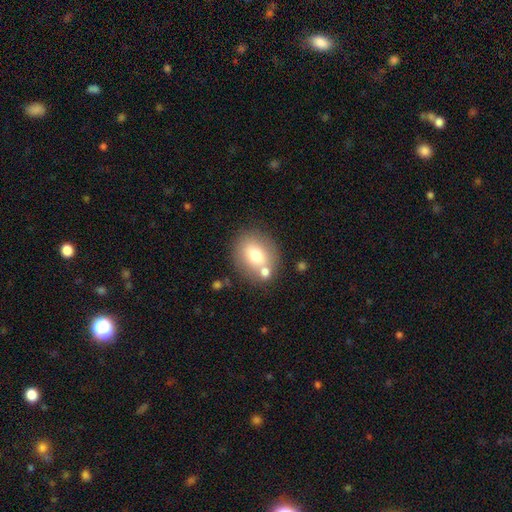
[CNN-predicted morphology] smooth-or-featured: smooth: 71% | featured or disk: 19% | star or artifact: 10%
  how-rounded: round: 56% | in between: 43% | cigar-shaped: 1%
  merging: none: 68% | merger: 16% | minor disturbance: 12% | major disturbance: 4%